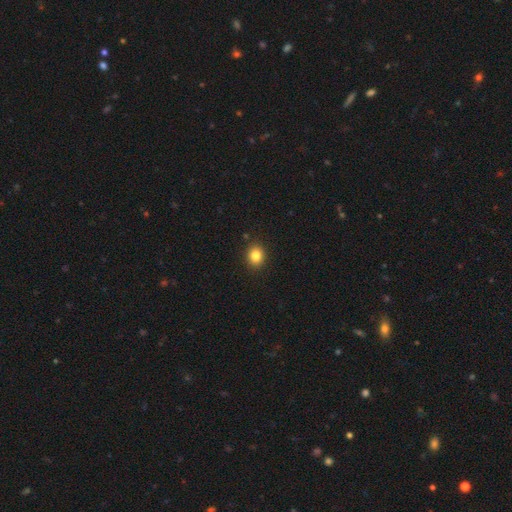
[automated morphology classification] A smooth galaxy with no disk features (83%) that is round (66%).

Vote fractions:
- Smooth or featured? smooth: 83% / star or artifact: 11% / featured or disk: 6%
- How rounded? round: 66% / in between: 33% / cigar-shaped: 1%
- Merging? none: 91% / minor disturbance: 6% / major disturbance: 2% / merger: 1%